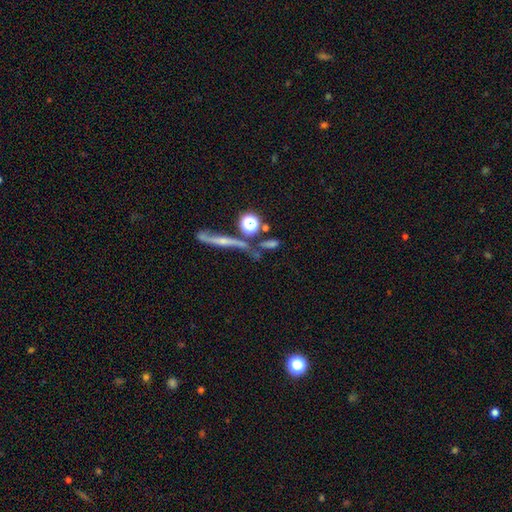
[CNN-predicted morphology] smooth_or_featured: featured or disk (p=0.43) [alt: smooth p=0.33]
merging: none (p=0.50) [alt: merger p=0.20]